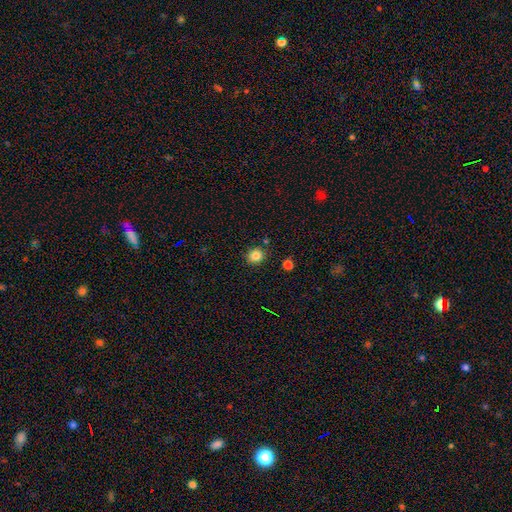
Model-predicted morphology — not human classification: type=smooth (84%); roundness=round (85%); merging=none (85%).